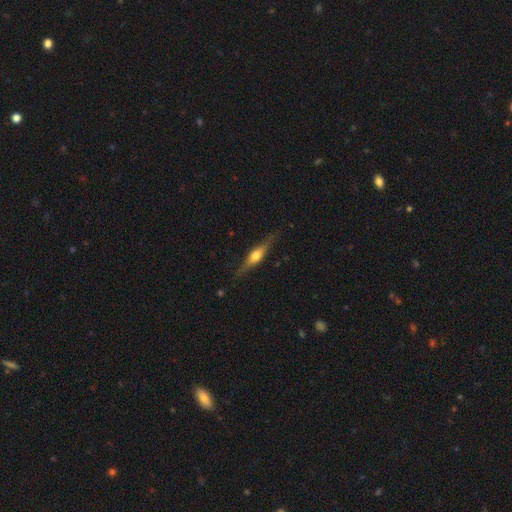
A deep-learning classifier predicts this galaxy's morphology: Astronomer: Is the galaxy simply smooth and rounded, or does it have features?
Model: featured or disk — 62%.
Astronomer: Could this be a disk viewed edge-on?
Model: yes — 95%.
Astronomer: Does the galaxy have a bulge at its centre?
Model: rounded — 90%.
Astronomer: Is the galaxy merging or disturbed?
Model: none — 83%.